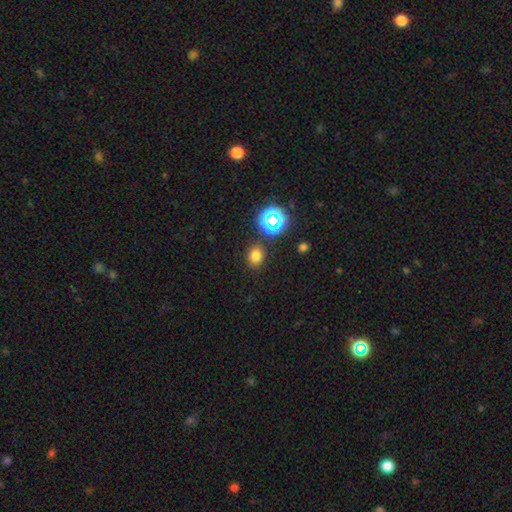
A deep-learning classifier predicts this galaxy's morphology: This is likely a smooth galaxy (74%). How rounded: possibly round (51%). Merging: clearly none (84%).